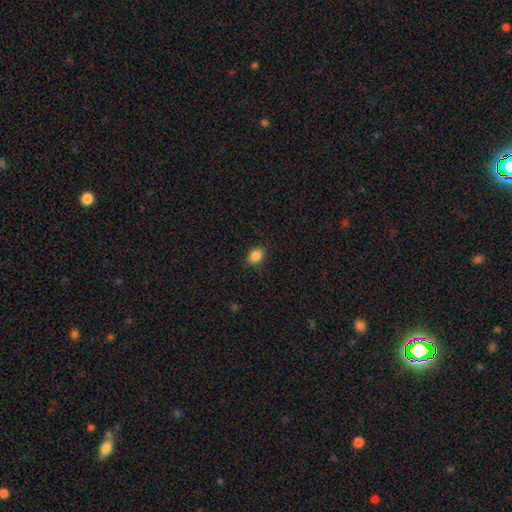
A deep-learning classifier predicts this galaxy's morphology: Smooth or featured: smooth — 86% (star or artifact — 10%)
How rounded: in between — 60% (round — 39%)
Merging: none — 84% (minor disturbance — 13%)